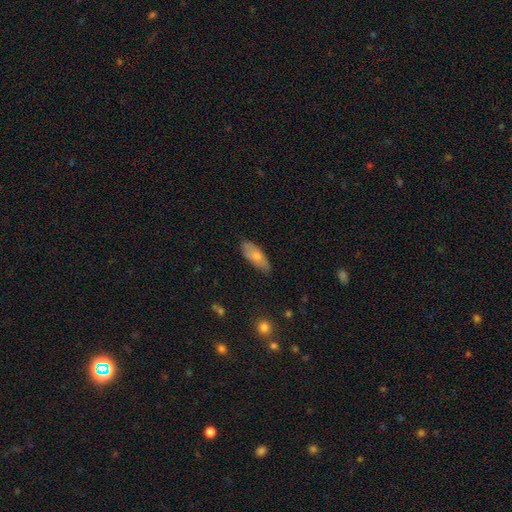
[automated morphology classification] smooth_or_featured: smooth (p=0.74) [alt: featured or disk p=0.20]
how_rounded: in between (p=0.77) [alt: cigar-shaped p=0.21]
merging: none (p=0.77) [alt: minor disturbance p=0.18]